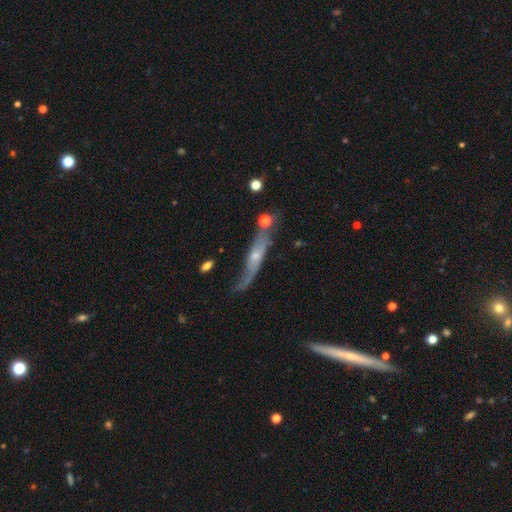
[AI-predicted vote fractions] This is likely a featured or disk galaxy (69%). It is likely viewed edge-on (69%). Merging: possibly none (55%).